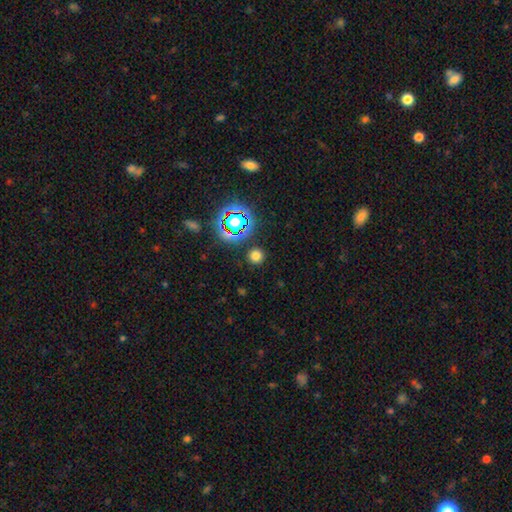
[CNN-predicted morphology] smooth_or_featured: smooth (p=0.72) [alt: star or artifact p=0.22]
how_rounded: round (p=0.94) [alt: in between p=0.05]
merging: none (p=0.89) [alt: minor disturbance p=0.06]